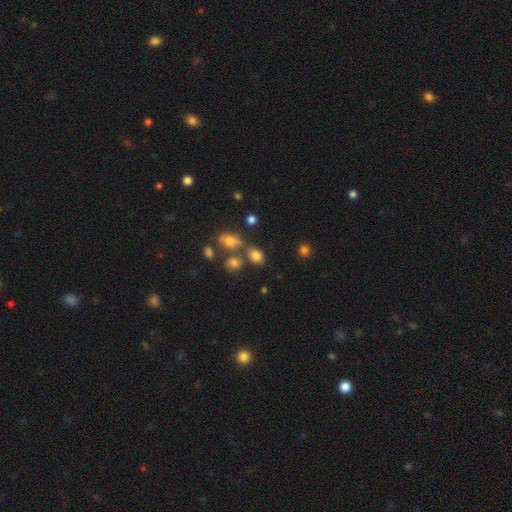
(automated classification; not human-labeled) This is likely a smooth galaxy (79%). How rounded: likely in between (66%). Merging: likely none (62%).